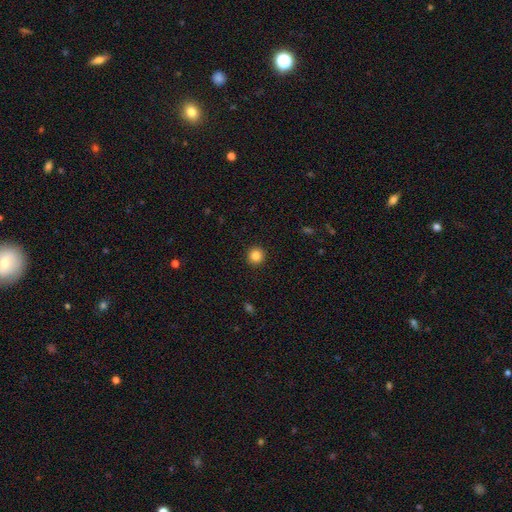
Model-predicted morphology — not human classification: smooth 84%, star or artifact 11%, featured or disk 5%. Down the decision tree: how rounded — round (95%); merging — none (93%).